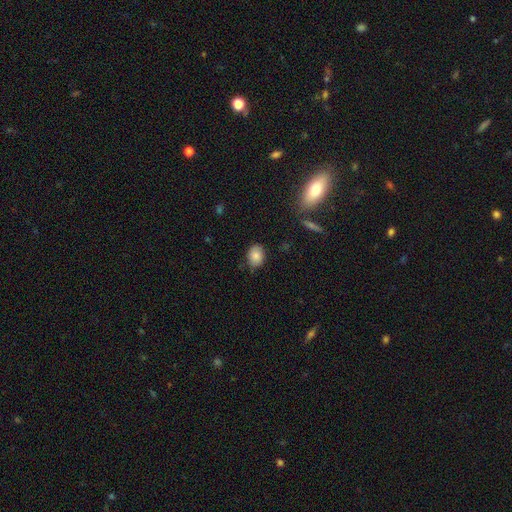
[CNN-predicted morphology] A smooth galaxy with no disk features (84%) that is in between round and cigar-shaped (65%). Merging: none (78%).